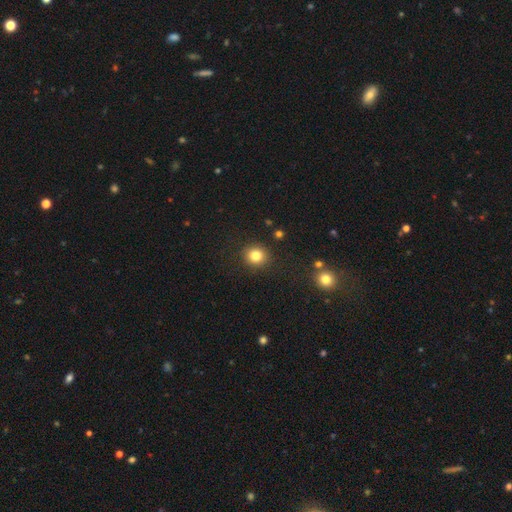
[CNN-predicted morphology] smooth 83%, star or artifact 11%, featured or disk 6%. Down the decision tree: how rounded — round (88%); merging — none (89%).